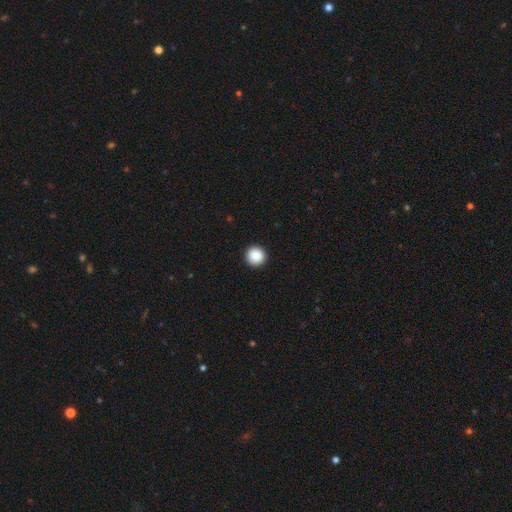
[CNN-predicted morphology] Smooth or featured? Predicted: smooth (p=0.89). How rounded? Predicted: round (p=0.96). Merging? Predicted: none (p=0.93).